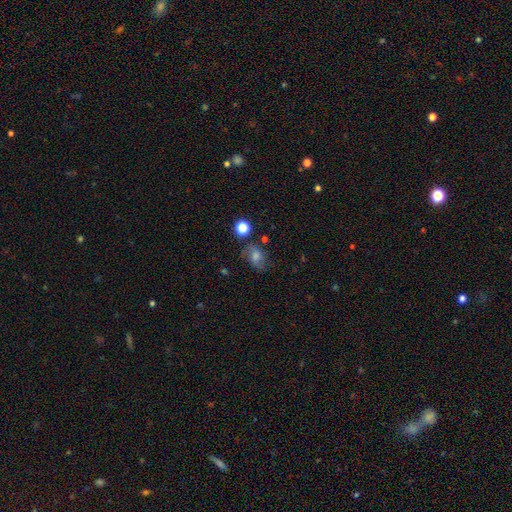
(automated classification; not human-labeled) smooth_or_featured: smooth (p=0.45) [alt: featured or disk p=0.37]
merging: none (p=0.64) [alt: minor disturbance p=0.22]